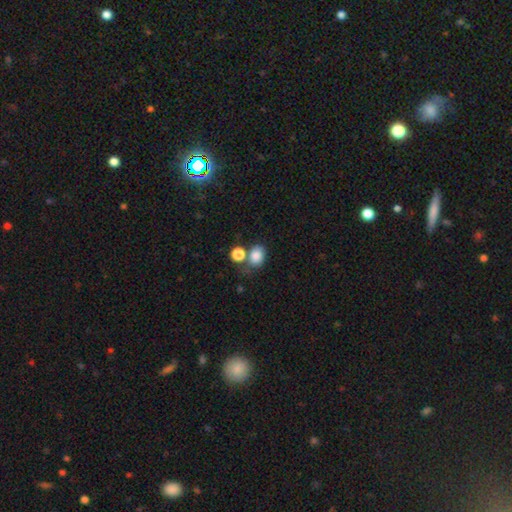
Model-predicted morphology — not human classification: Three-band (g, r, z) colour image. It shows a smooth galaxy with no disk features (83%) that is in between round and cigar-shaped (58%). Merging: none (50%).